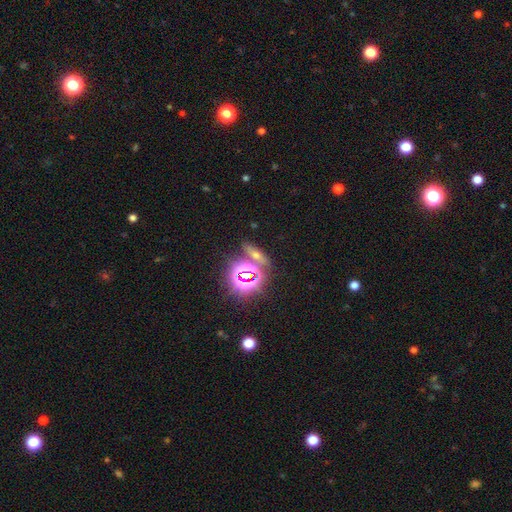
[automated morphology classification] The model was most divided on "smooth or featured": star or artifact: 43%, smooth: 38%, featured or disk: 20%.